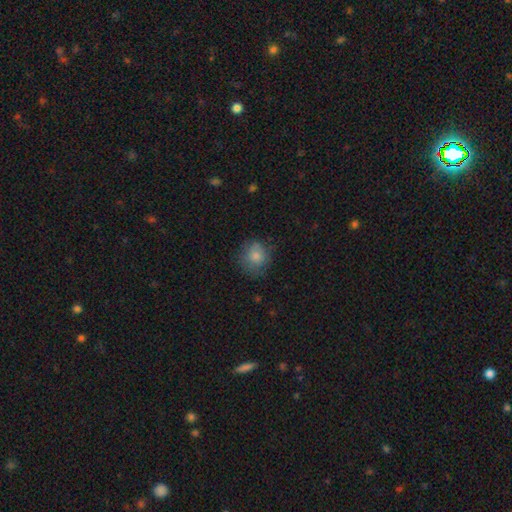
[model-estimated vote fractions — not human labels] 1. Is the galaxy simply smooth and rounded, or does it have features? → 81% smooth, 10% featured or disk, 9% star or artifact.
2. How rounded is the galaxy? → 83% round, 16% in between, 1% cigar-shaped.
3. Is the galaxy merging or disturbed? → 70% none, 21% minor disturbance, 8% major disturbance, 2% merger.